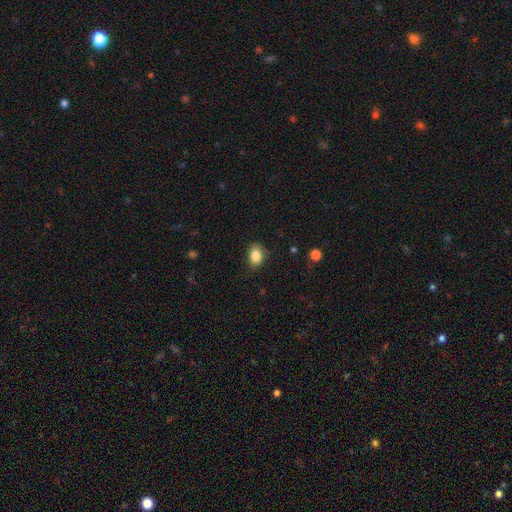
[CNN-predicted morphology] smooth 85%, star or artifact 9%, featured or disk 6%. Down the decision tree: how rounded — in between (72%); merging — none (82%).